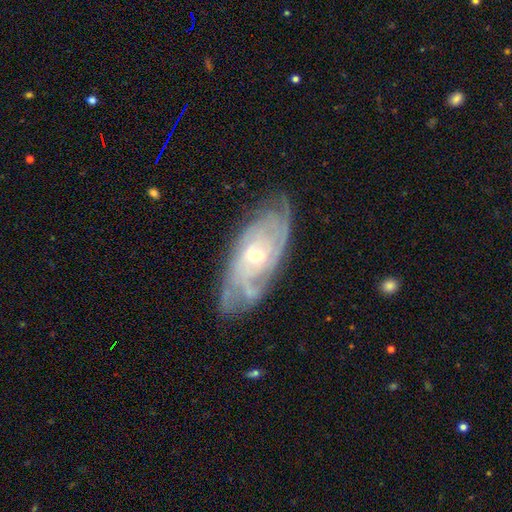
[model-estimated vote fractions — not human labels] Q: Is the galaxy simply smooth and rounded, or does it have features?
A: featured or disk — 84%.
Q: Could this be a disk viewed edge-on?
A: no — 90%.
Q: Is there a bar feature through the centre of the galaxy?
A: no — 61%.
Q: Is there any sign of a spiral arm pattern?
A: yes — 95%.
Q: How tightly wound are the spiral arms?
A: tight — 71%.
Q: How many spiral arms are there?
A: can't tell — 41%.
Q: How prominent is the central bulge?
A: moderate — 51%.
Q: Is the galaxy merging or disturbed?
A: none — 76%.